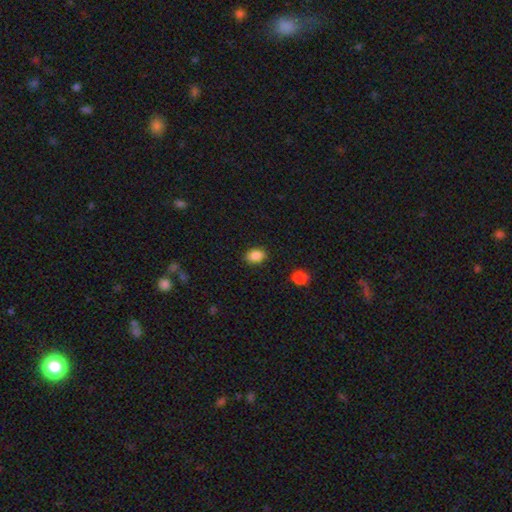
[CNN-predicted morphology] smooth-or-featured: smooth: 87% | star or artifact: 9% | featured or disk: 4%
  how-rounded: in between: 79% | round: 20% | cigar-shaped: 1%
  merging: none: 87% | minor disturbance: 10% | major disturbance: 2% | merger: 1%